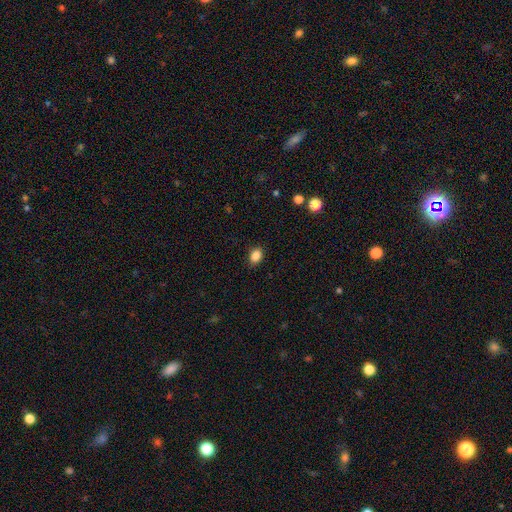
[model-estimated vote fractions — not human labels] Smooth or featured? smooth (87%)
How rounded? in between (69%)
Merging? none (87%)